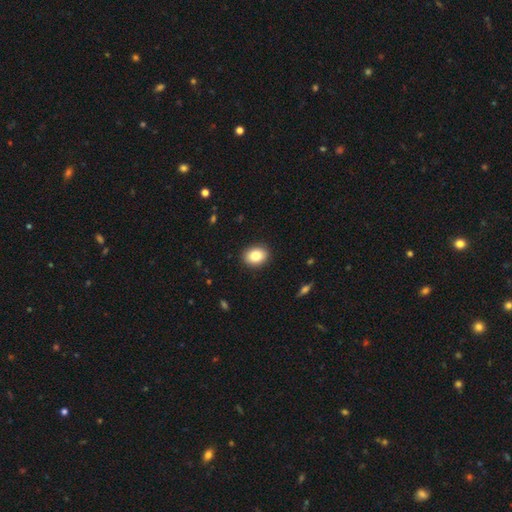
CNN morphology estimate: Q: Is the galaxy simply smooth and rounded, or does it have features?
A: smooth — 85%.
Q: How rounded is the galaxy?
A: in between — 62%.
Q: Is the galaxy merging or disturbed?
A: none — 90%.